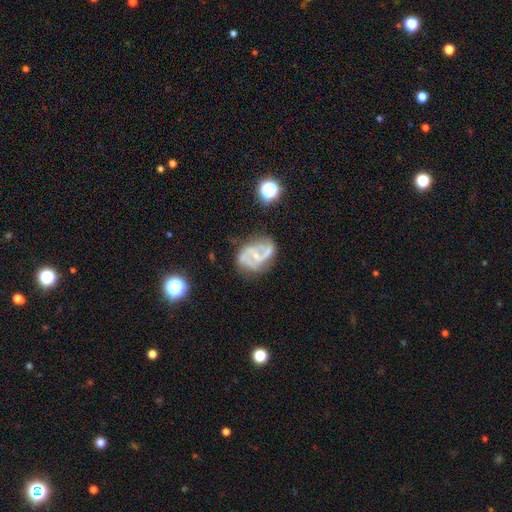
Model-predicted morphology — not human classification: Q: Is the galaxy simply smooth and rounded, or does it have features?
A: featured or disk — 79%.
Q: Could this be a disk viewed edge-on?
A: no — 97%.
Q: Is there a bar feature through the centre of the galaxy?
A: no — 48%.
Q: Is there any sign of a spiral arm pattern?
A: yes — 86%.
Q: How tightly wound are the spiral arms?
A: medium — 47%.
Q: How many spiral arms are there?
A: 2 — 62%.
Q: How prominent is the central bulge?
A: small — 64%.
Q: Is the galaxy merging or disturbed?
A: none — 52%.